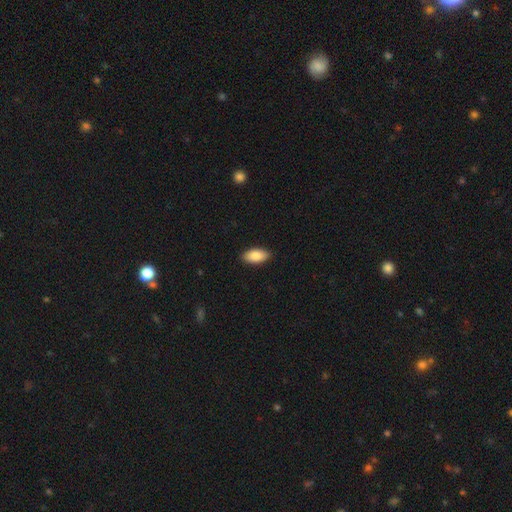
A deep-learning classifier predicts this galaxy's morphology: A smooth galaxy with no disk features (86%) that is in between round and cigar-shaped (93%). Merging: none (89%).